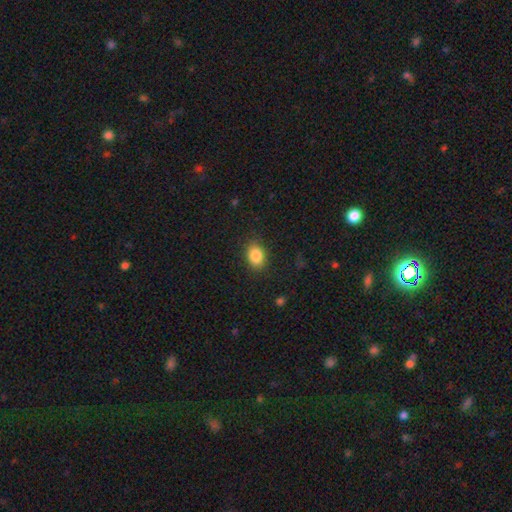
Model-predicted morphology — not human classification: smooth-or-featured: smooth: 86% | star or artifact: 9% | featured or disk: 6%
  how-rounded: in between: 74% | round: 25% | cigar-shaped: 1%
  merging: none: 85% | minor disturbance: 11% | major disturbance: 3% | merger: 1%